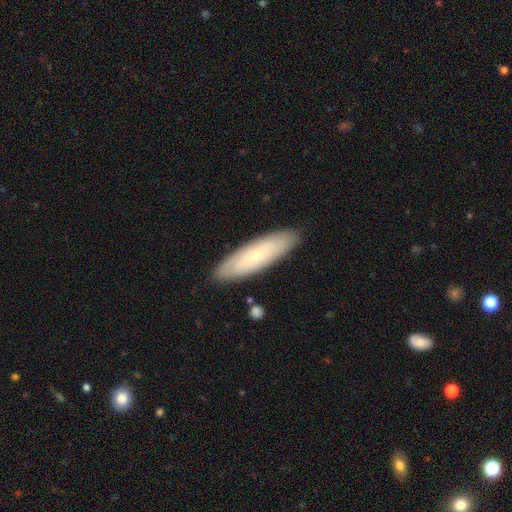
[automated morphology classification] This is possibly a smooth galaxy (55%). How rounded: possibly cigar-shaped (60%). Merging: clearly none (88%).